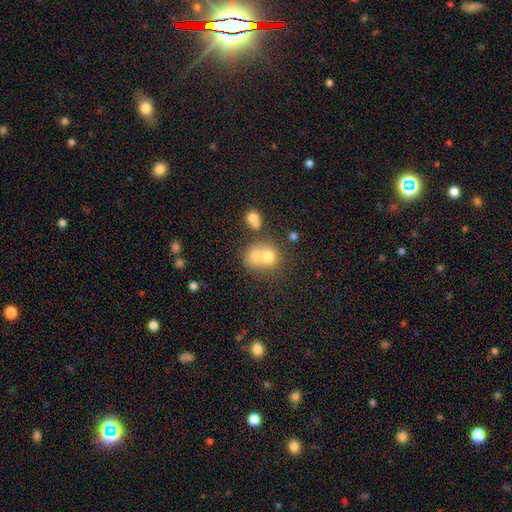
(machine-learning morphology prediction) Smooth or featured? Predicted: smooth (p=0.69). How rounded? Predicted: round (p=0.71). Merging? Predicted: merger (p=0.64).